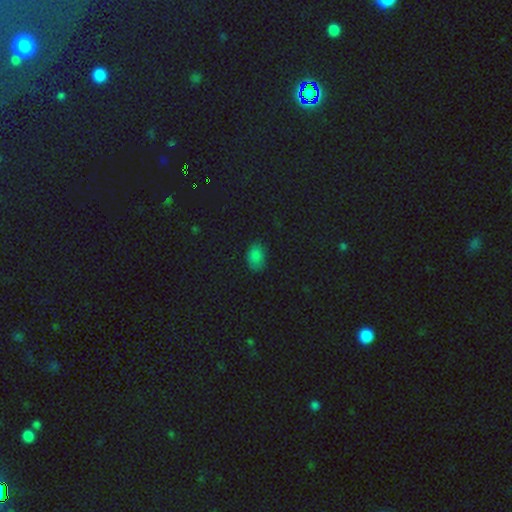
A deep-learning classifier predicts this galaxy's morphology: Smooth or featured? smooth (78%)
How rounded? in between (87%)
Merging? none (79%)